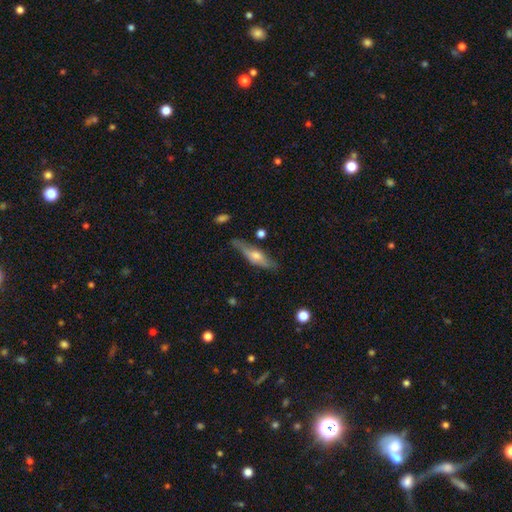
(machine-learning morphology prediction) featured or disk 59%, smooth 34%, star or artifact 7%. Down the decision tree: edge-on disk — yes (84%); edge-on bulge — rounded (87%); merging — none (73%).